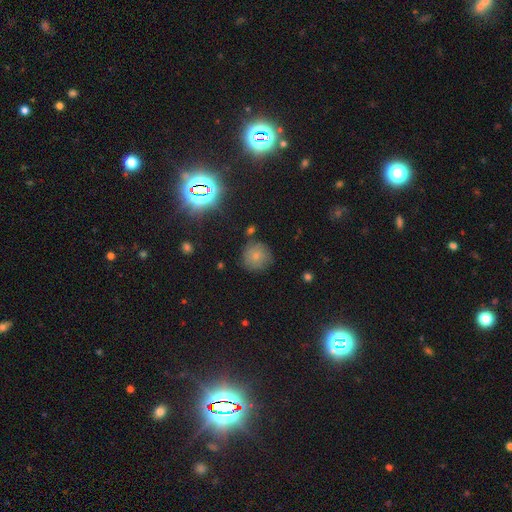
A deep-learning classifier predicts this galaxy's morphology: A smooth galaxy with no disk features (68%) that is round (93%). Merging: none (78%).